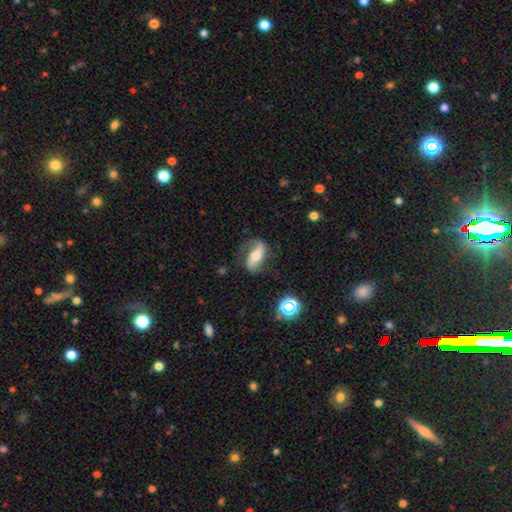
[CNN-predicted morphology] type=featured or disk (72%); edge-on=no (92%); bar=strong (42%); spiral arms=yes (90%); winding=loose (55%); arm count=2 (85%); bulge=moderate (64%); merging=none (70%).